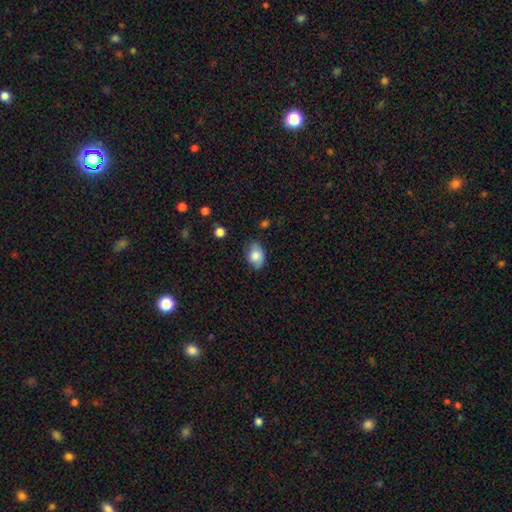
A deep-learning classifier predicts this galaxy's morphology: smooth-or-featured: smooth: 81% | featured or disk: 11% | star or artifact: 8%
  how-rounded: in between: 77% | round: 22% | cigar-shaped: 1%
  merging: none: 73% | minor disturbance: 21% | major disturbance: 4% | merger: 2%